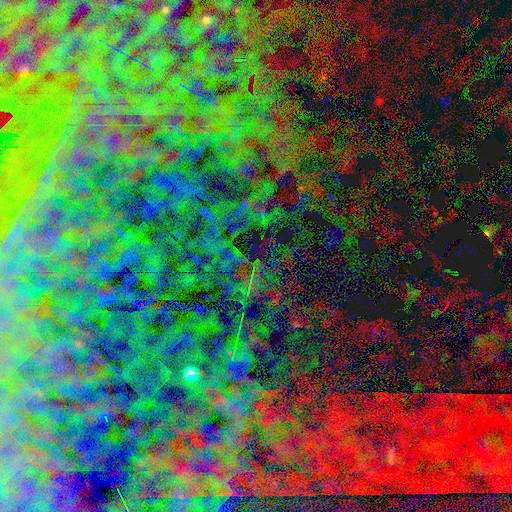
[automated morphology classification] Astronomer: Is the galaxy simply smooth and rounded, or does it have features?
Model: star or artifact — 82%.